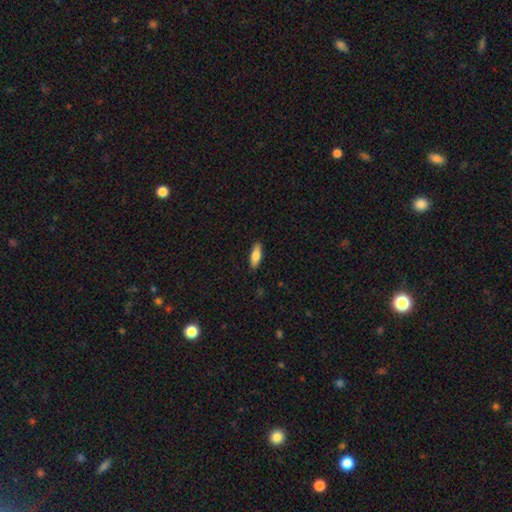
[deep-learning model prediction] Smooth or featured: smooth — 79% (featured or disk — 15%)
How rounded: in between — 66% (cigar-shaped — 32%)
Merging: none — 89% (minor disturbance — 9%)